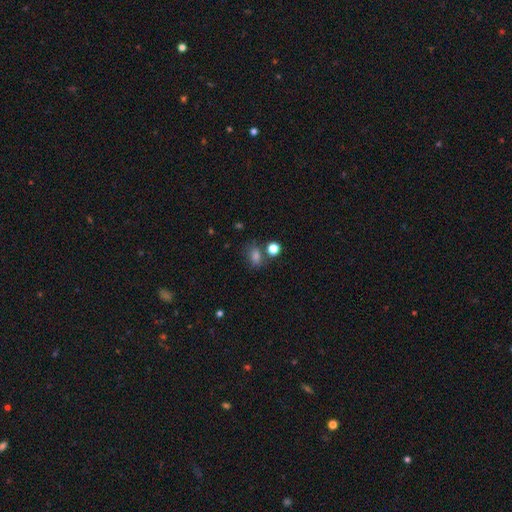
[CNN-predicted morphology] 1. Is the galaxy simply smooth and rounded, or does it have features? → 73% smooth, 19% star or artifact, 8% featured or disk.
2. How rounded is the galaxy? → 67% in between, 30% round, 2% cigar-shaped.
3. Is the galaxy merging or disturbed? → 66% none, 15% minor disturbance, 13% merger, 6% major disturbance.